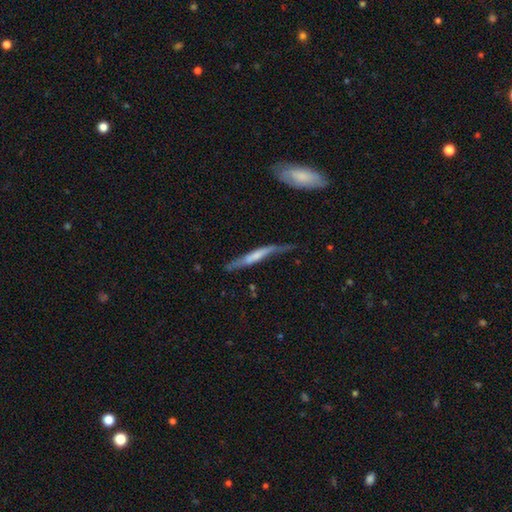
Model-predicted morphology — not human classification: Q: Smooth or featured?
A: featured or disk (51%); runner-up: smooth (44%)
Q: Edge-on disk?
A: yes (79%); runner-up: no (21%)
Q: Merging?
A: none (47%); runner-up: minor disturbance (32%)